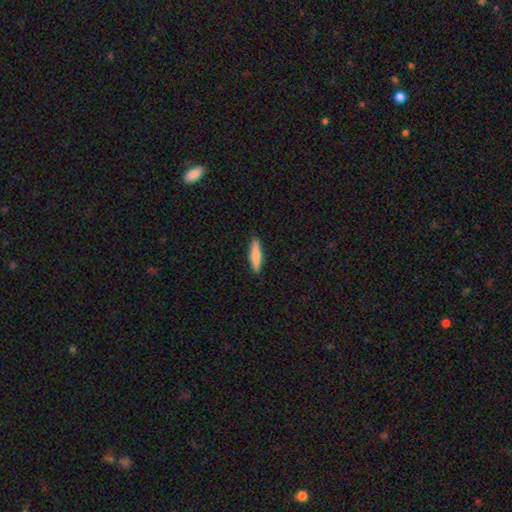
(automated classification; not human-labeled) This is likely a smooth galaxy (78%). How rounded: clearly cigar-shaped (82%). Merging: clearly none (90%).